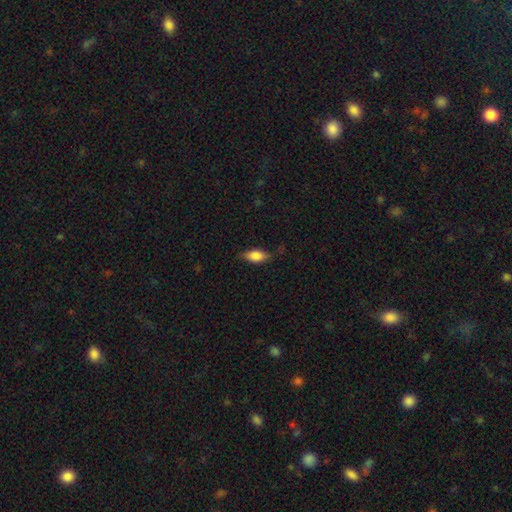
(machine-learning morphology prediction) Overall: smooth (81%). How rounded: in between (85%). Merging: none (74%).